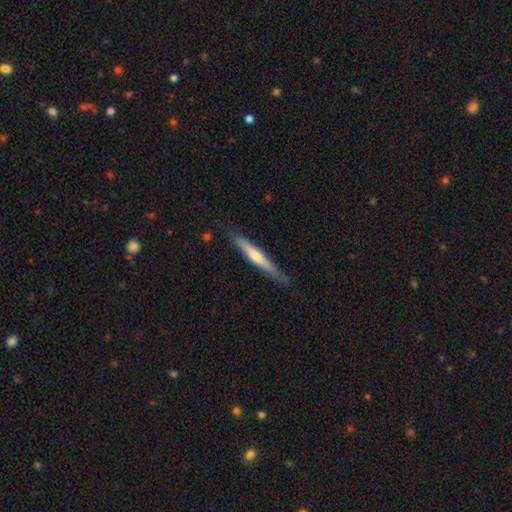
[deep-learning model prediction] A featured or disk galaxy (58%) viewed edge-on (95%) with a rounded central bulge (68%).

Vote fractions:
- Smooth or featured? featured or disk: 58% / smooth: 36% / star or artifact: 6%
- Edge-on disk? yes: 95% / no: 5%
- Edge-on bulge? rounded: 68% / none: 26% / boxy: 6%
- Merging? none: 83% / minor disturbance: 14% / major disturbance: 2% / merger: 1%